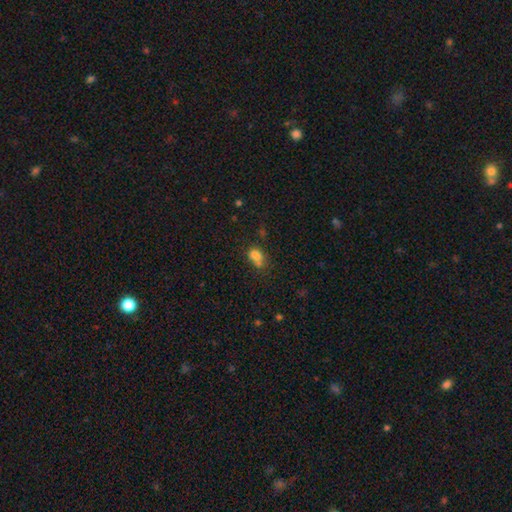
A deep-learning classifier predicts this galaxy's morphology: The model was most divided on "merging": merger: 36%, none: 34%, minor disturbance: 20%, major disturbance: 10%. More confident: smooth or featured — smooth (75%); how rounded — in between (66%).